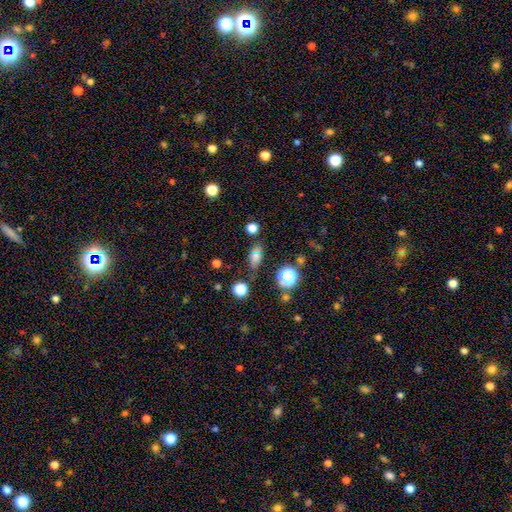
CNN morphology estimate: A smooth galaxy with no disk features (69%) that is in between round and cigar-shaped (67%).

Vote fractions:
- Smooth or featured? smooth: 69% / star or artifact: 19% / featured or disk: 12%
- How rounded? in between: 67% / round: 17% / cigar-shaped: 16%
- Merging? none: 68% / minor disturbance: 17% / merger: 9% / major disturbance: 6%